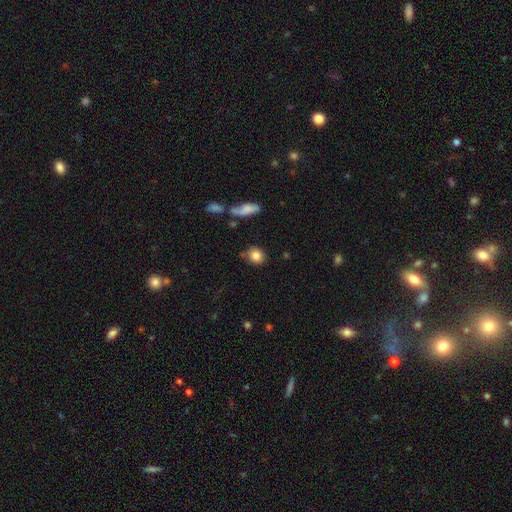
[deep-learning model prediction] Morphology: type=smooth (83%); roundness=round (74%); merging=none (79%).